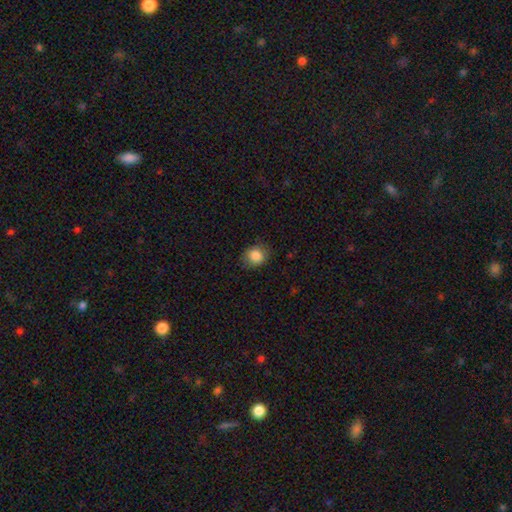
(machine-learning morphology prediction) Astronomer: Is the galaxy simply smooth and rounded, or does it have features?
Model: smooth — 85%.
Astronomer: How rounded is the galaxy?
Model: round — 65%.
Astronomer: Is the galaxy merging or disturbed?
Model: none — 80%.